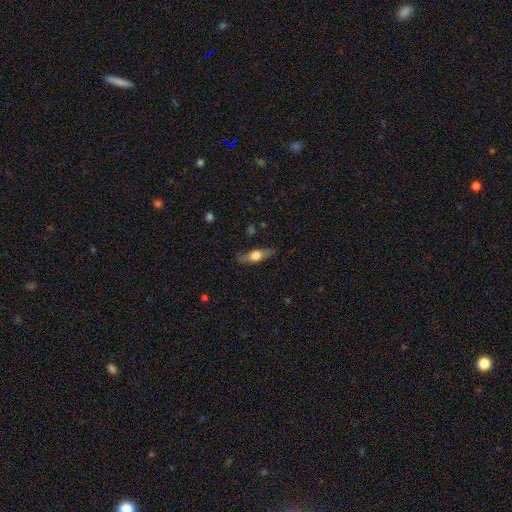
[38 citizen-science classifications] smooth-or-featured: smooth: 61% | featured or disk: 37% | star or artifact: 3%
  how-rounded: in between: 57% | cigar-shaped: 39% | round: 4%
  merging: none: 86% | minor disturbance: 14% | major disturbance: 0% | merger: 0%